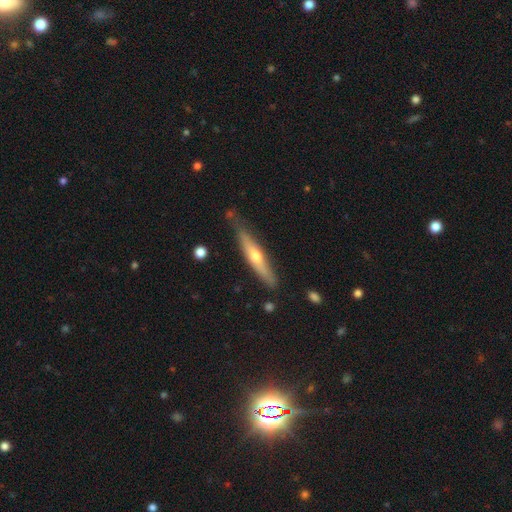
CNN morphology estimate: smooth-or-featured: featured or disk: 61% | smooth: 33% | star or artifact: 6%
  disk-edge-on: yes: 91% | no: 9%
    edge-on-bulge: rounded: 85% | none: 12% | boxy: 3%
  merging: none: 78% | minor disturbance: 17% | major disturbance: 3% | merger: 3%